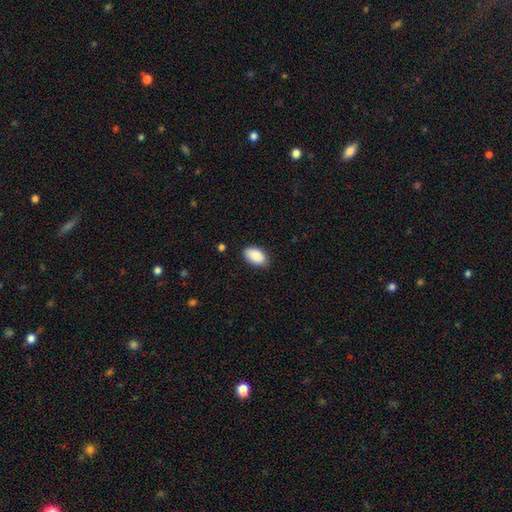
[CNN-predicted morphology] Q: Smooth or featured?
A: smooth (89%); runner-up: star or artifact (6%)
Q: How rounded?
A: in between (93%); runner-up: round (5%)
Q: Merging?
A: none (85%); runner-up: minor disturbance (12%)